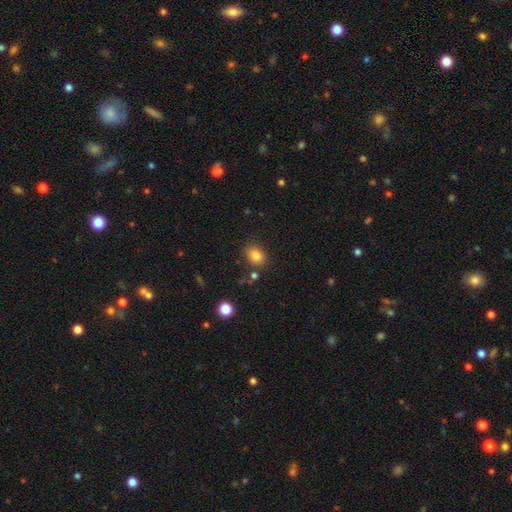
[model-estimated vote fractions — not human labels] Q: Smooth or featured?
A: smooth (82%); runner-up: star or artifact (11%)
Q: How rounded?
A: in between (53%); runner-up: round (46%)
Q: Merging?
A: none (80%); runner-up: minor disturbance (12%)